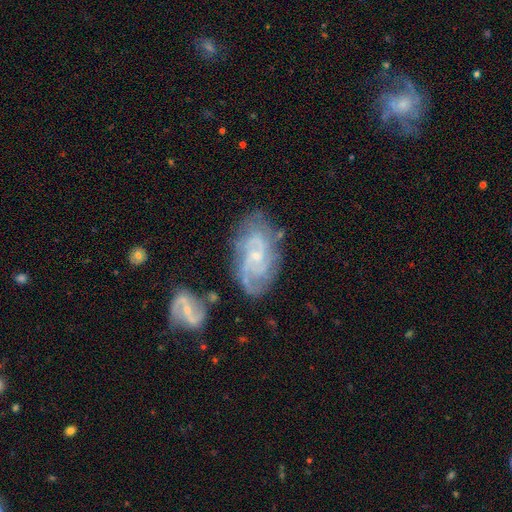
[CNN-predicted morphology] This is clearly a featured or disk galaxy (83%). It is clearly not viewed edge-on (96%). Bar: possibly no (58%). Spiral arm pattern: clearly yes (94%). Spiral arm count: marginally 2 (35%). Spiral winding: possibly tight (47%). Central bulge: likely small (75%). Merging: likely none (64%).